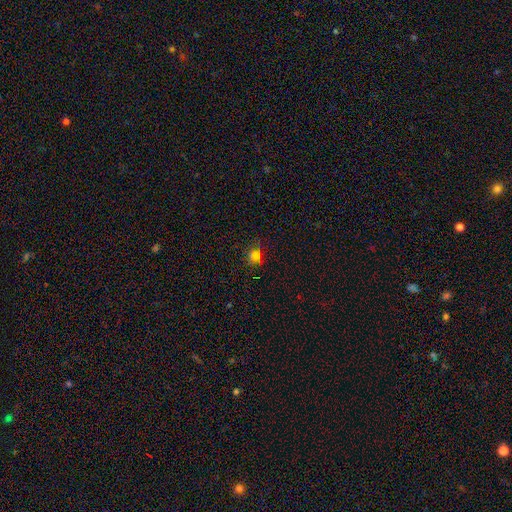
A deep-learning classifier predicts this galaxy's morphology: smooth 62%, star or artifact 29%, featured or disk 9%. Down the decision tree: how rounded — round (74%); merging — none (66%).